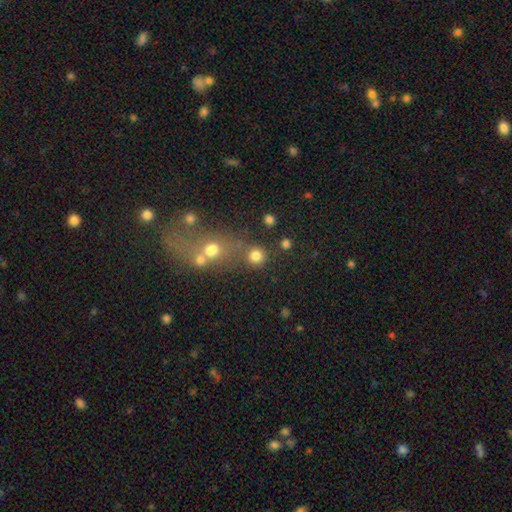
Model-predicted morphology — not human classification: Smooth or featured? Predicted: smooth (p=0.80). How rounded? Predicted: round (p=0.92). Merging? Predicted: none (p=0.73).